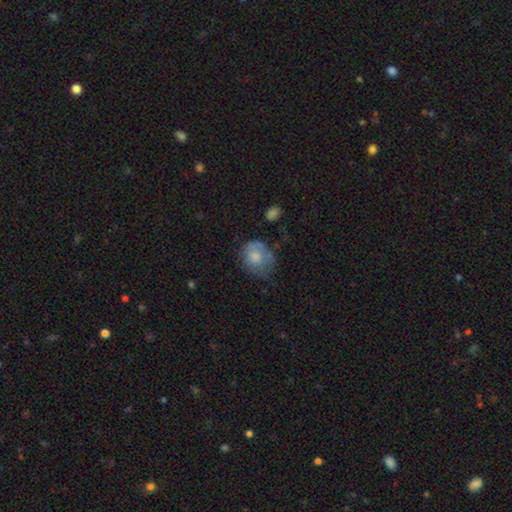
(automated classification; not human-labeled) This is likely a smooth galaxy (71%). How rounded: possibly round (59%). Merging: marginally none (45%).